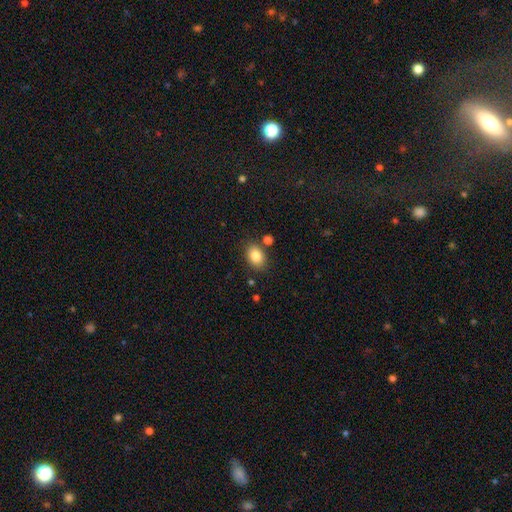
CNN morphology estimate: Q: Smooth or featured?
A: smooth (85%); runner-up: star or artifact (9%)
Q: How rounded?
A: in between (73%); runner-up: round (26%)
Q: Merging?
A: none (78%); runner-up: minor disturbance (12%)